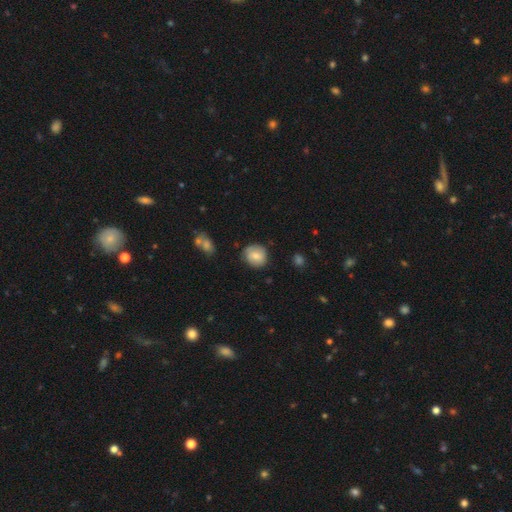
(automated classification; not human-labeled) The model was most divided on "smooth or featured": smooth: 70%, featured or disk: 22%, star or artifact: 7%. More confident: how rounded — round (82%); merging — none (76%).